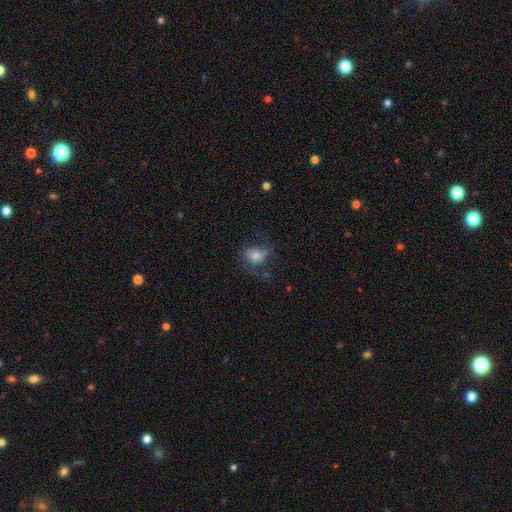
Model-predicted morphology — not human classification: smooth-or-featured: smooth: 61% | featured or disk: 28% | star or artifact: 11%
  how-rounded: in between: 55% | round: 44% | cigar-shaped: 1%
  merging: none: 54% | minor disturbance: 25% | major disturbance: 19% | merger: 3%